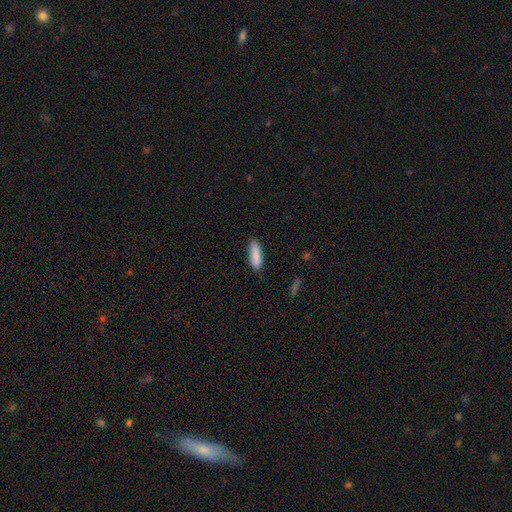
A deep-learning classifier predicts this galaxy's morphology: type=smooth (87%); roundness=cigar-shaped (56%); merging=none (82%).